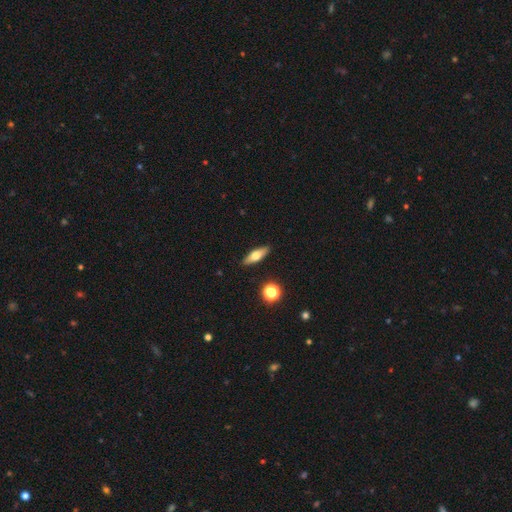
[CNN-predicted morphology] Smooth or featured? smooth (55%)
How rounded? in between (49%)
Merging? none (89%)